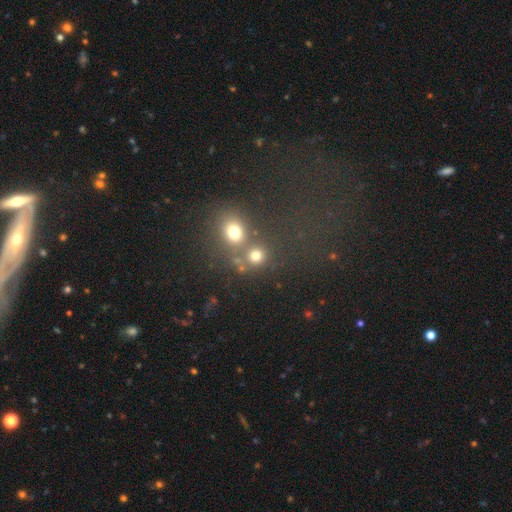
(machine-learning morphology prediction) A smooth galaxy with no disk features (74%) that is round (82%).

Vote fractions:
- Smooth or featured? smooth: 74% / star or artifact: 18% / featured or disk: 8%
- How rounded? round: 82% / in between: 16% / cigar-shaped: 1%
- Merging? none: 56% / merger: 32% / minor disturbance: 8% / major disturbance: 5%